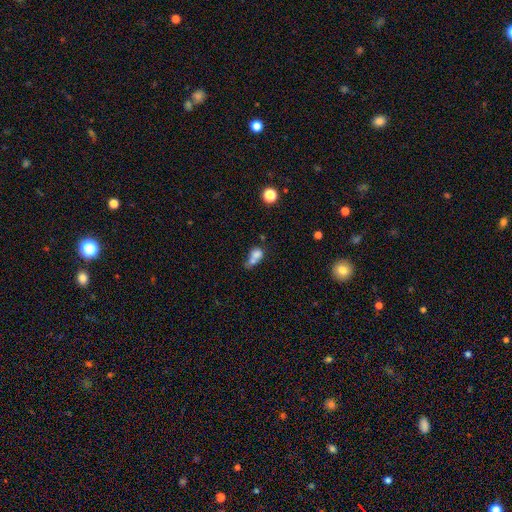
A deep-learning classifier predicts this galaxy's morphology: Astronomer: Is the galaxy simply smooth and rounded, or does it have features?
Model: smooth — 71%.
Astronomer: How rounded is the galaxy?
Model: in between — 53% (runner-up: round, 43%).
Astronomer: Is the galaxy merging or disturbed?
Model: merger — 59%.